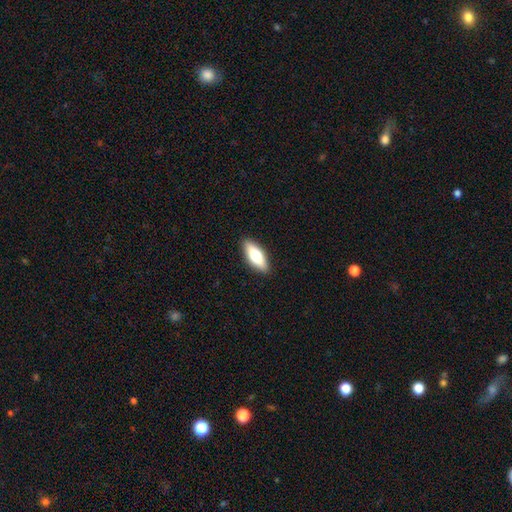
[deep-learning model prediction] A smooth galaxy with no disk features (66%) that is in between round and cigar-shaped (69%). Merging: none (89%).